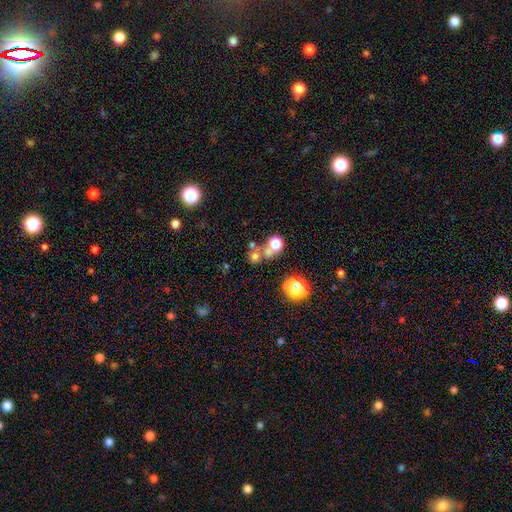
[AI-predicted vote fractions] smooth_or_featured: smooth (p=0.56) [alt: star or artifact p=0.29]
how_rounded: round (p=0.84) [alt: in between p=0.15]
merging: none (p=0.46) [alt: merger p=0.40]